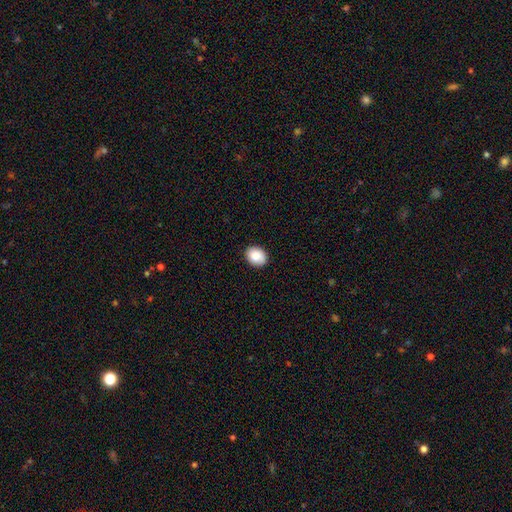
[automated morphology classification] This appears to be a smooth galaxy with no disk features (87%) that is in between round and cigar-shaped (58%). Merging: none (89%).